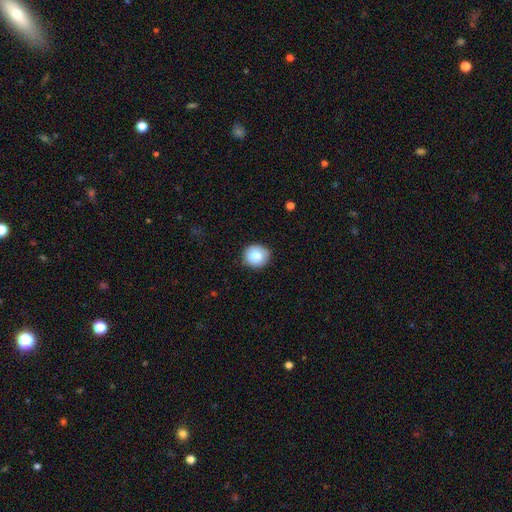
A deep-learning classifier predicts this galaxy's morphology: smooth_or_featured: smooth (p=0.84) [alt: featured or disk p=0.08]
how_rounded: round (p=0.86) [alt: in between p=0.13]
merging: none (p=0.83) [alt: minor disturbance p=0.13]